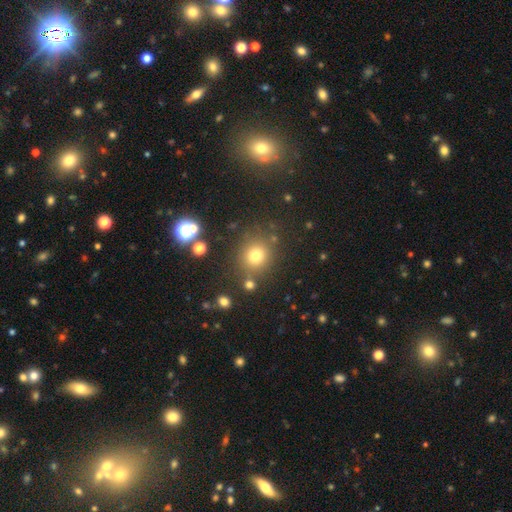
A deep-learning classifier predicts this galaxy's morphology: A smooth galaxy with no disk features (75%) that is round (85%).

Vote fractions:
- Smooth or featured? smooth: 75% / star or artifact: 17% / featured or disk: 8%
- How rounded? round: 85% / in between: 14% / cigar-shaped: 1%
- Merging? none: 81% / minor disturbance: 9% / merger: 6% / major disturbance: 4%